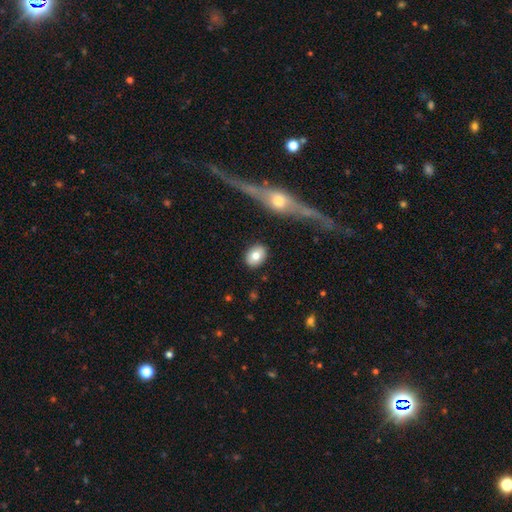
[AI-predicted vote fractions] smooth 78%, featured or disk 15%, star or artifact 7%. Down the decision tree: how rounded — in between (67%); merging — none (87%).